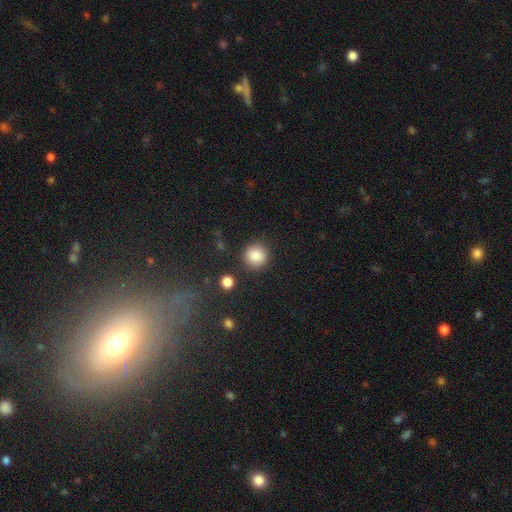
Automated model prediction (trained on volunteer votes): smooth-or-featured: smooth: 87% | star or artifact: 9% | featured or disk: 4%
  how-rounded: round: 92% | in between: 8% | cigar-shaped: 1%
  merging: none: 86% | minor disturbance: 8% | major disturbance: 3% | merger: 3%